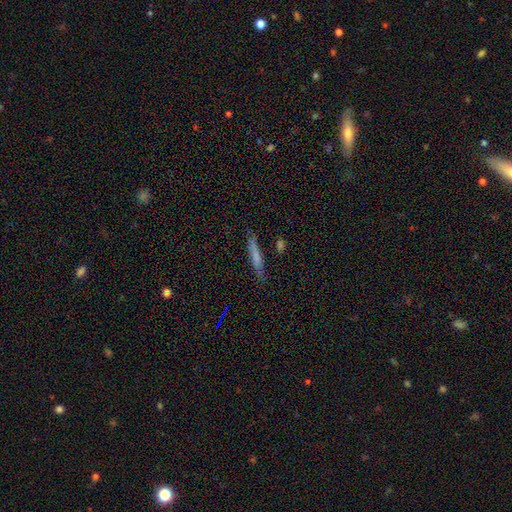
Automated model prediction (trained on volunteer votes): smooth 63%, featured or disk 29%, star or artifact 9%. Down the decision tree: how rounded — cigar-shaped (92%); merging — none (80%).